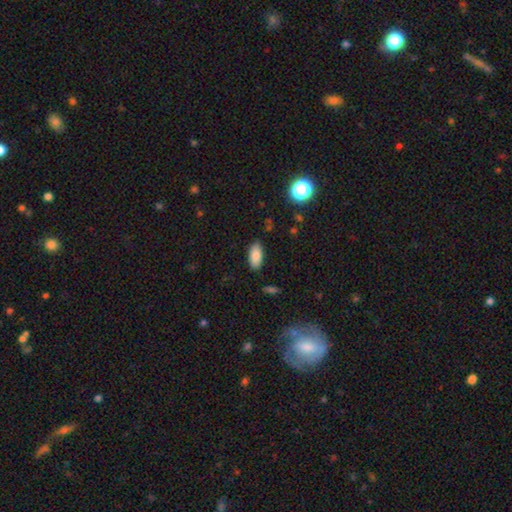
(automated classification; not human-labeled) This is clearly a smooth galaxy (86%). How rounded: clearly in between (91%). Merging: clearly none (84%).